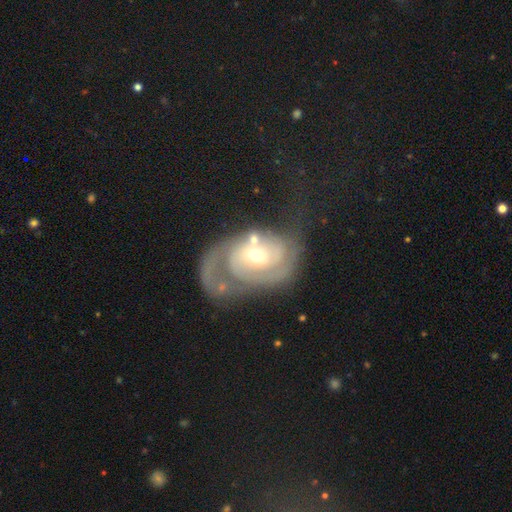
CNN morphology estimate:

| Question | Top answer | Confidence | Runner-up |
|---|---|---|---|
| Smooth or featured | featured or disk | 83% | smooth (11%) |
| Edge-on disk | no | 97% | yes (3%) |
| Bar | no | 68% | weak (26%) |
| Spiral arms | yes | 89% | no (11%) |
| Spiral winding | tight | 51% | medium (34%) |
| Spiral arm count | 2 | 46% | 1 (21%) |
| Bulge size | small | 50% | moderate (45%) |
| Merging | none | 34% | major disturbance (32%) |